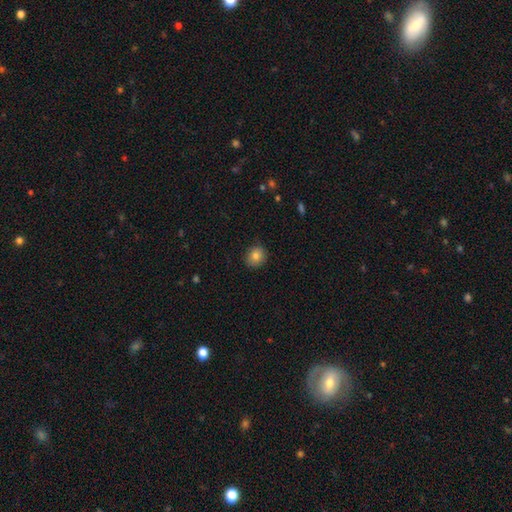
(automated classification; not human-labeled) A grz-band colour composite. It shows a smooth galaxy with no disk features (82%) that is round (80%). Merging: none (88%).